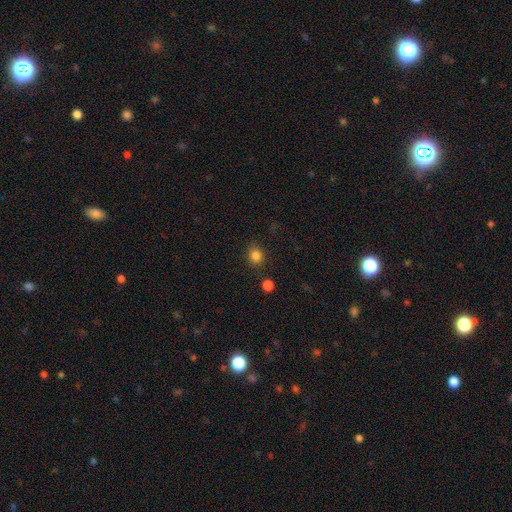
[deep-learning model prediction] A smooth galaxy with no disk features (83%) that is round (73%). Merging: none (85%).